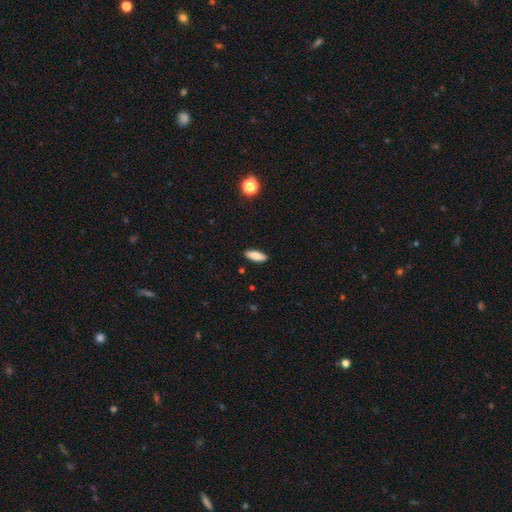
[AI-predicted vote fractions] Smooth or featured? Predicted: smooth (p=0.81). How rounded? Predicted: in between (p=0.61). Merging? Predicted: none (p=0.89).